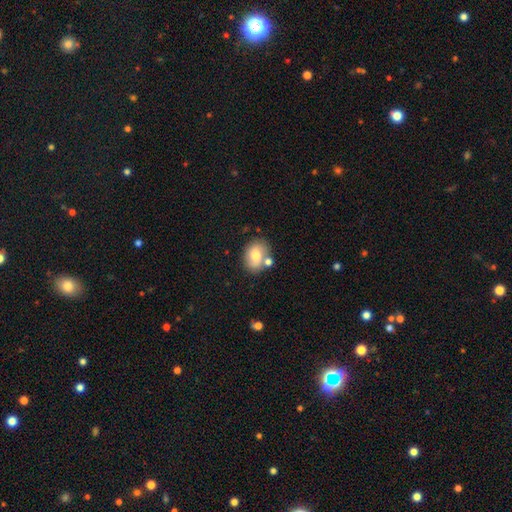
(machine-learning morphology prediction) Smooth or featured?
  - smooth: 69% *
  - featured or disk: 23%
  - star or artifact: 8%
How rounded?
  - in between: 63% *
  - round: 36%
  - cigar-shaped: 1%
Merging?
  - none: 65% *
  - merger: 16%
  - minor disturbance: 16%
  - major disturbance: 4%